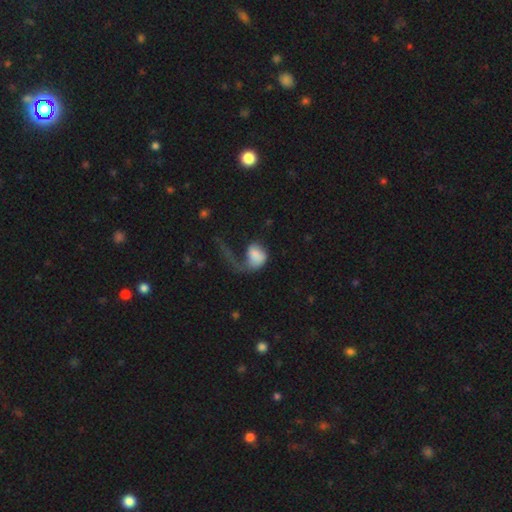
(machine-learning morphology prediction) Overall: smooth (62%; featured or disk 30%). How rounded: in between (62%; round 37%). Merging: major disturbance (67%).